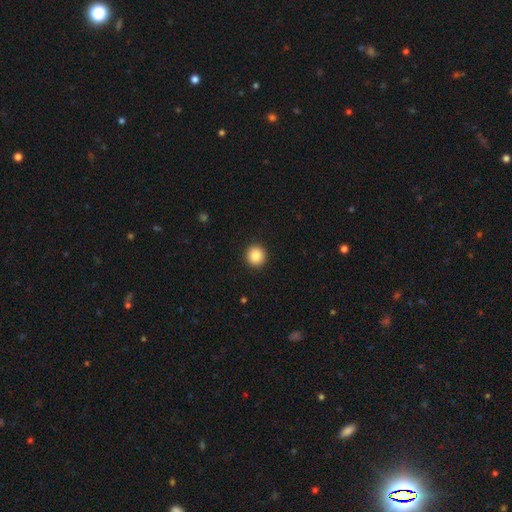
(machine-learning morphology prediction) Smooth or featured: smooth — 88% (star or artifact — 9%)
How rounded: round — 93% (in between — 6%)
Merging: none — 92% (minor disturbance — 5%)